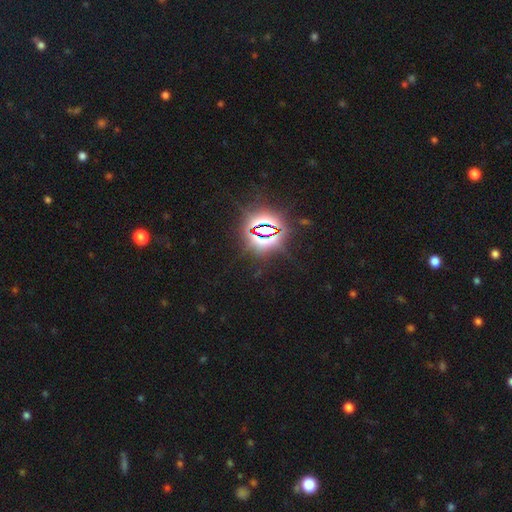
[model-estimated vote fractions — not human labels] Smooth or featured? Predicted: star or artifact (p=0.82).